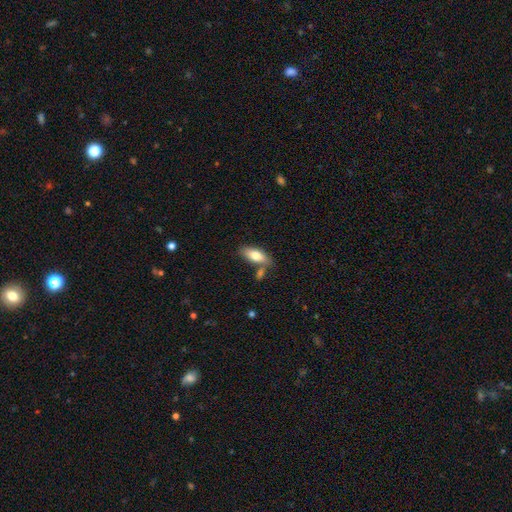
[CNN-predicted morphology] smooth 75%, featured or disk 19%, star or artifact 6%. Down the decision tree: how rounded — in between (79%); merging — none (65%).